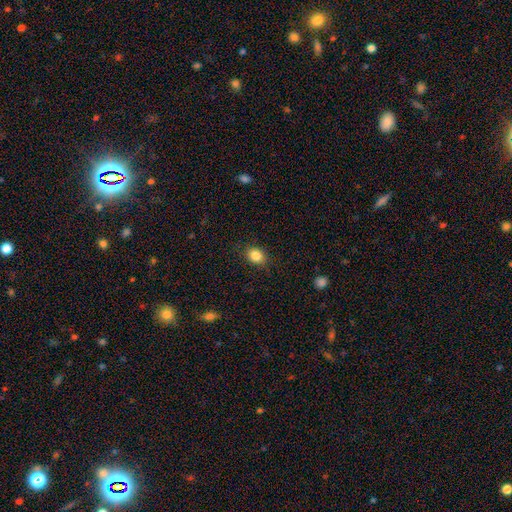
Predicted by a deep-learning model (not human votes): A smooth galaxy with no disk features (85%) that is in between round and cigar-shaped (55%).

Vote fractions:
- Smooth or featured? smooth: 85% / star or artifact: 9% / featured or disk: 5%
- How rounded? in between: 55% / round: 44% / cigar-shaped: 1%
- Merging? none: 87% / minor disturbance: 10% / major disturbance: 3% / merger: 1%